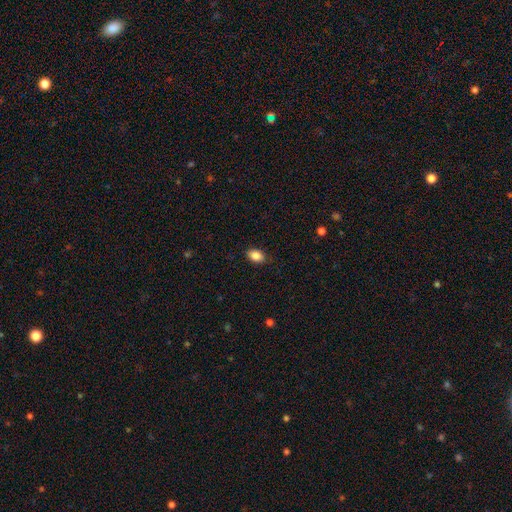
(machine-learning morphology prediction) The model was most divided on "how rounded": in between: 85%, round: 13%, cigar-shaped: 1%. More confident: smooth or featured — smooth (87%); merging — none (85%).